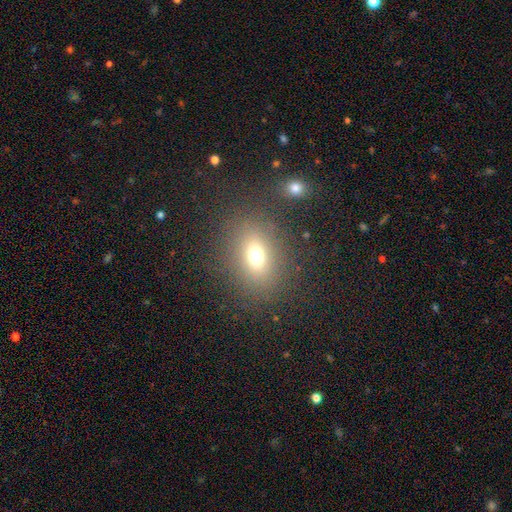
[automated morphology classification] This is likely a smooth galaxy (70%). How rounded: possibly in between (58%). Merging: clearly none (83%).